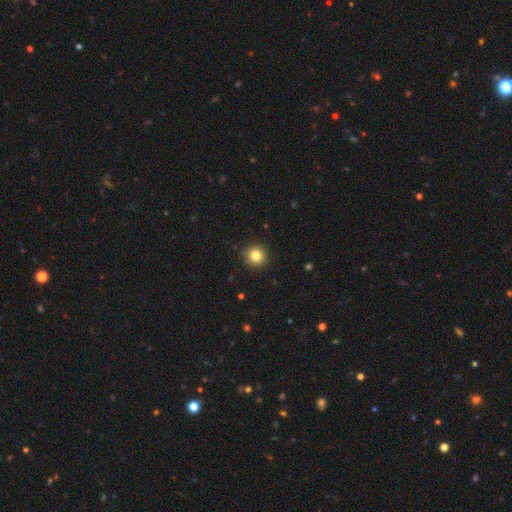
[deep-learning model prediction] This appears to be a smooth galaxy with no disk features (83%) that is round (94%). Merging: none (92%).